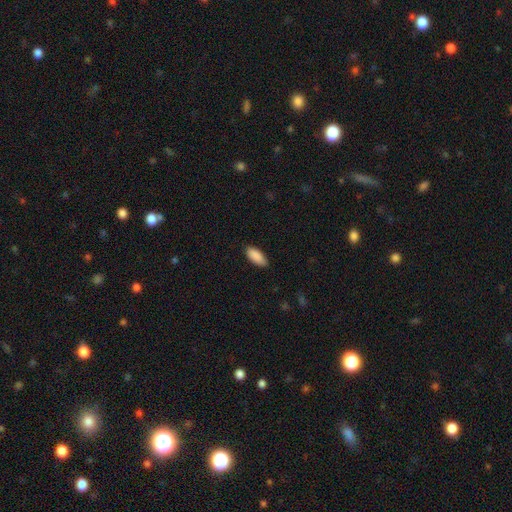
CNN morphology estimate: Smooth or featured? Predicted: smooth (p=0.90). How rounded? Predicted: in between (p=0.87). Merging? Predicted: none (p=0.86).